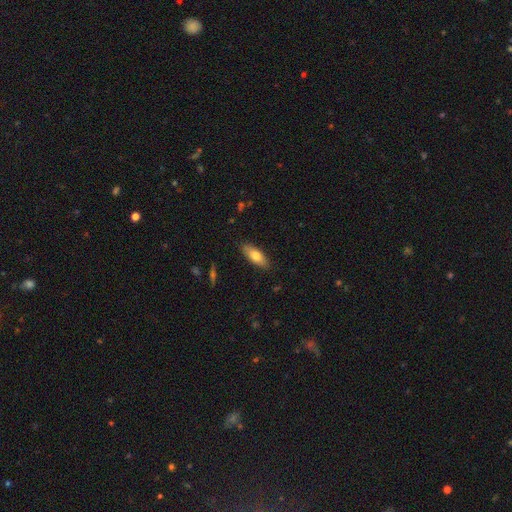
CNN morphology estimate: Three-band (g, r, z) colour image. It shows a smooth galaxy with no disk features (73%) that is in between round and cigar-shaped (71%). Merging: none (87%).